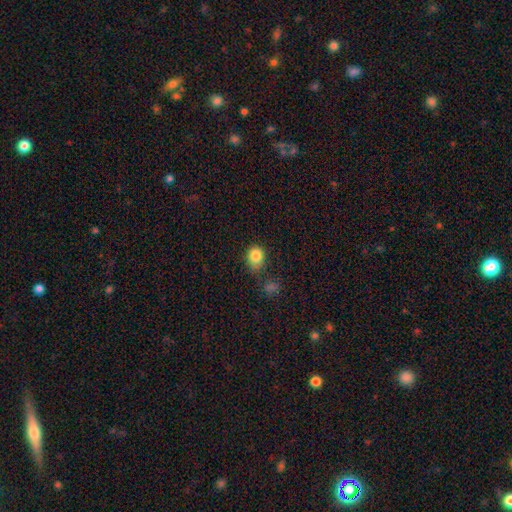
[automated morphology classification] Q: Smooth or featured?
A: smooth (84%); runner-up: star or artifact (11%)
Q: How rounded?
A: round (66%); runner-up: in between (33%)
Q: Merging?
A: none (61%); runner-up: minor disturbance (25%)